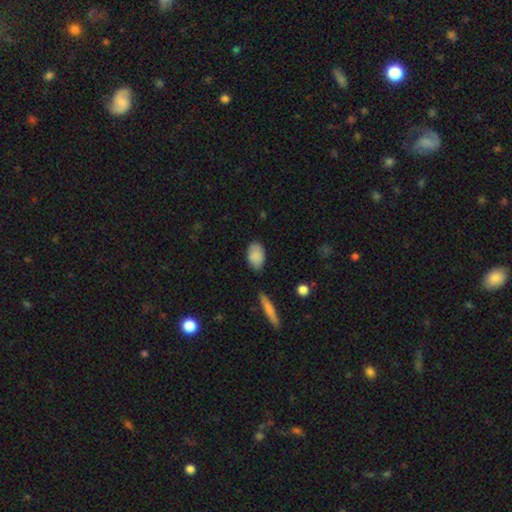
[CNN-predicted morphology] smooth-or-featured: smooth: 86% | featured or disk: 7% | star or artifact: 7%
  how-rounded: in between: 91% | round: 7% | cigar-shaped: 2%
  merging: none: 74% | minor disturbance: 19% | major disturbance: 4% | merger: 3%